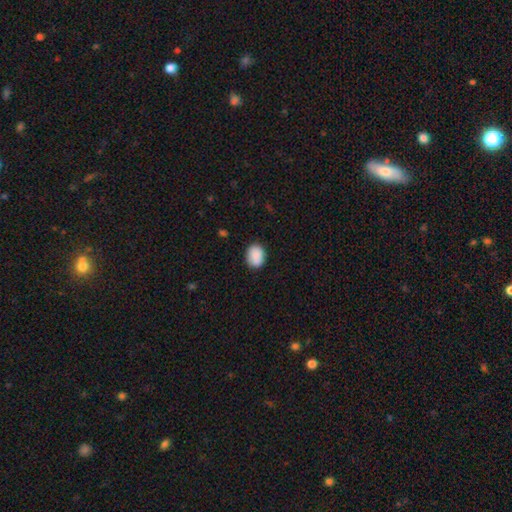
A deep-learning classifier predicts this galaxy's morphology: A smooth galaxy with no disk features (87%) that is in between round and cigar-shaped (51%).

Vote fractions:
- Smooth or featured? smooth: 87% / star or artifact: 7% / featured or disk: 5%
- How rounded? in between: 51% / round: 48% / cigar-shaped: 1%
- Merging? none: 81% / minor disturbance: 14% / major disturbance: 3% / merger: 2%